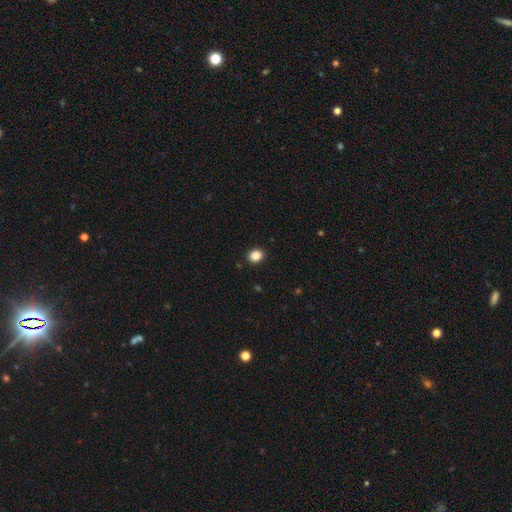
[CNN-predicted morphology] Smooth or featured: smooth — 86% (star or artifact — 11%)
How rounded: round — 64% (in between — 35%)
Merging: none — 91% (minor disturbance — 6%)